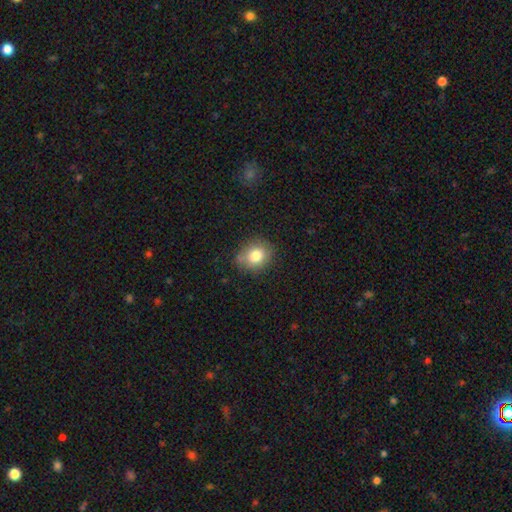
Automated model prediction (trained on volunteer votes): Smooth or featured? smooth (80%)
How rounded? round (68%)
Merging? none (78%)